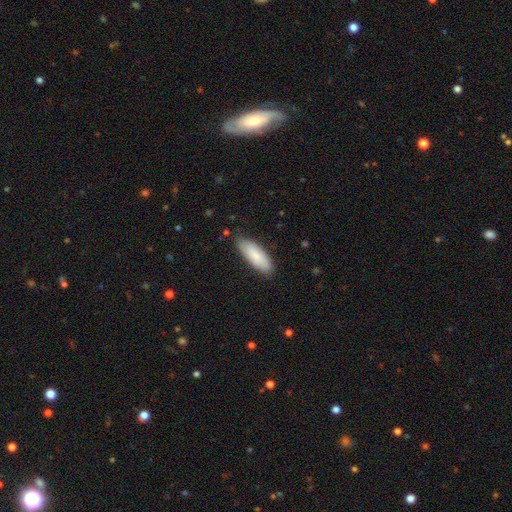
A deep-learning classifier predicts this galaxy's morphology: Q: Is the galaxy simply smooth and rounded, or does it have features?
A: smooth — 84%.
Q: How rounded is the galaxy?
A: in between — 68%.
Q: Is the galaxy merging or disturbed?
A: none — 82%.